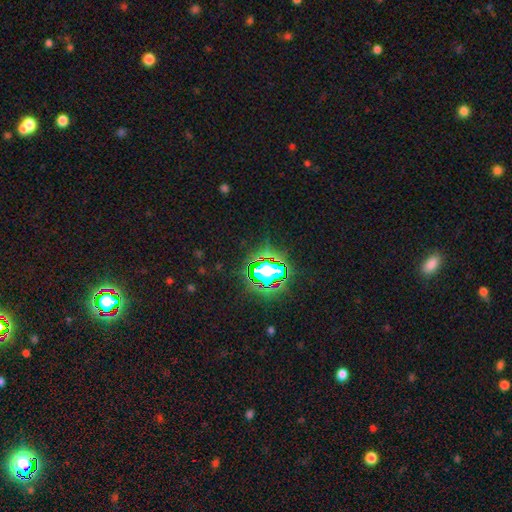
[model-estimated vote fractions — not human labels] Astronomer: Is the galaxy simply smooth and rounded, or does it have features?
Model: star or artifact — 75%.